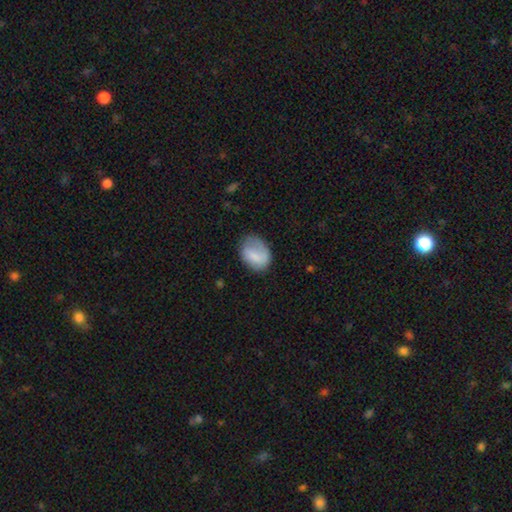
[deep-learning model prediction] smooth-or-featured: smooth: 75% | featured or disk: 18% | star or artifact: 7%
  how-rounded: in between: 69% | round: 30% | cigar-shaped: 1%
  merging: none: 56% | minor disturbance: 28% | major disturbance: 14% | merger: 2%